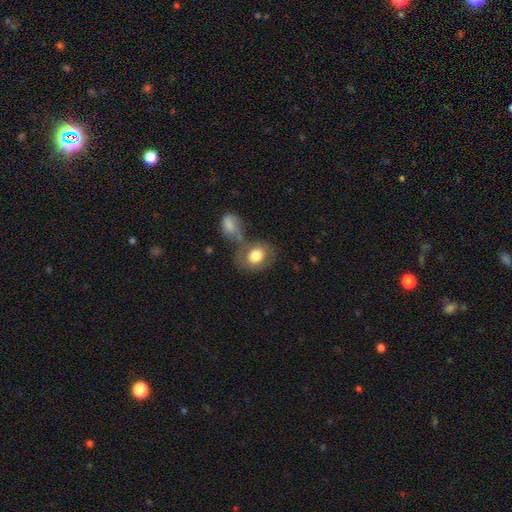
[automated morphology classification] This is likely a smooth galaxy (76%). How rounded: possibly in between (57%). Merging: possibly none (48%).